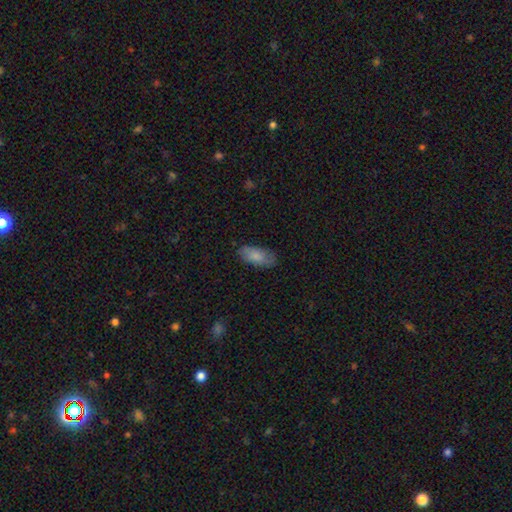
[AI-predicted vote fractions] The model was most divided on "merging": none: 78%, minor disturbance: 17%, major disturbance: 4%, merger: 1%. More confident: how rounded — in between (89%); smooth or featured — smooth (81%).